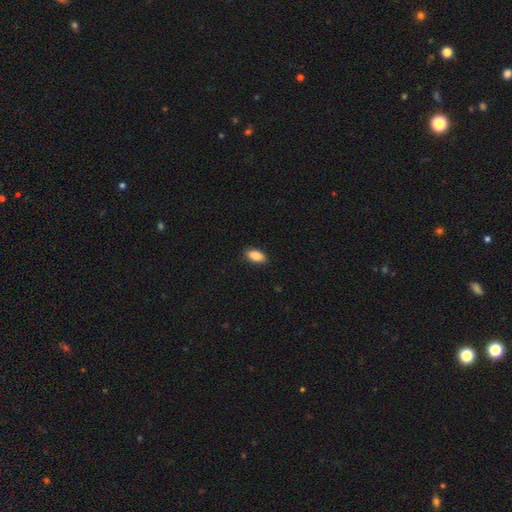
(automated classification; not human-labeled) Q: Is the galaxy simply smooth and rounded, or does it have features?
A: smooth — 89%.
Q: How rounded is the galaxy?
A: in between — 92%.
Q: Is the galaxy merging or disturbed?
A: none — 88%.